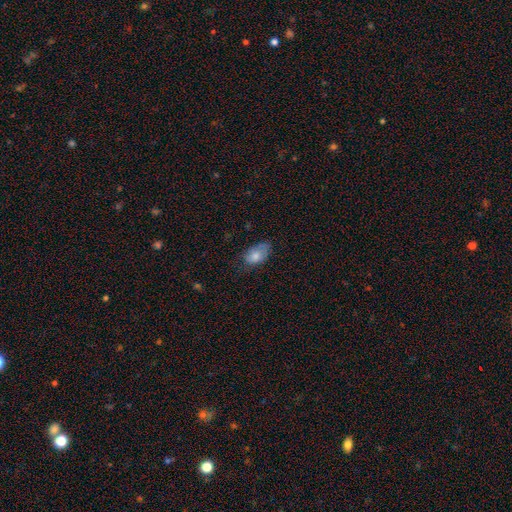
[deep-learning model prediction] Smooth or featured? Predicted: smooth (p=0.76). How rounded? Predicted: in between (p=0.90). Merging? Predicted: none (p=0.53).